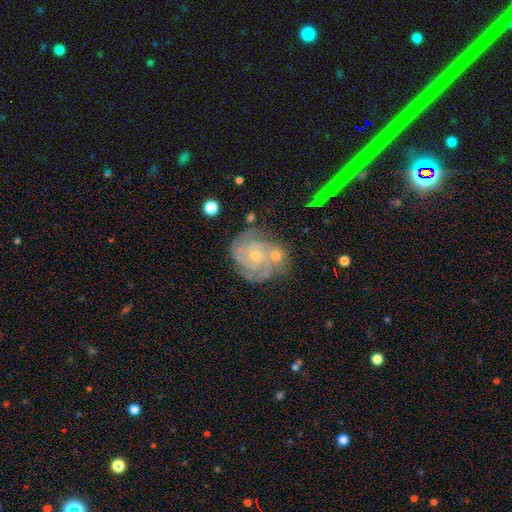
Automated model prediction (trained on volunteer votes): This is clearly a featured or disk galaxy (83%). It is clearly not viewed edge-on (97%). Bar: likely no (75%). Spiral arm pattern: clearly yes (95%). Spiral arm count: marginally 3 (30%). Spiral winding: likely tight (69%). Central bulge: likely small (70%). Merging: possibly none (54%).